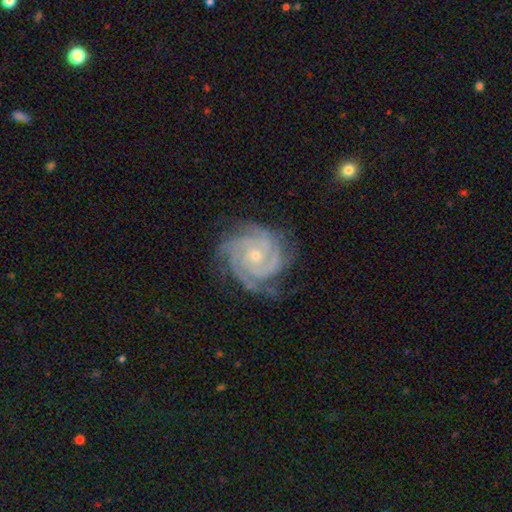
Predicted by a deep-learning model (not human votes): The model was most divided on "spiral arm count": 3: 37%, 4: 31%, can't tell: 11%, 2: 10%, more than 4: 6%, 1: 5%. More confident: spiral arms — yes (99%); edge-on disk — no (98%); smooth or featured — featured or disk (92%); spiral winding — tight (78%); merging — none (75%); bar — no (74%); bulge size — small (65%).